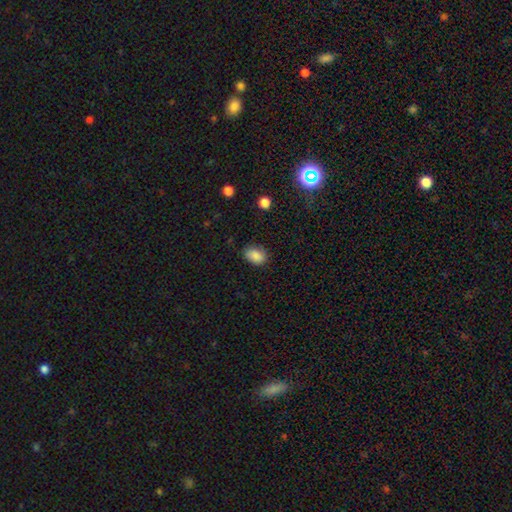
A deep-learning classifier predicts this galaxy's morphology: smooth 87%, star or artifact 9%, featured or disk 4%. Down the decision tree: how rounded — in between (80%); merging — none (80%).